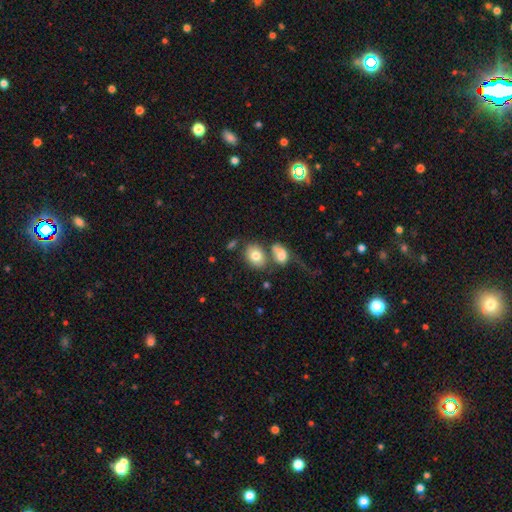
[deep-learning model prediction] Q: Smooth or featured?
A: smooth (77%); runner-up: featured or disk (14%)
Q: How rounded?
A: in between (70%); runner-up: round (29%)
Q: Merging?
A: none (51%); runner-up: merger (30%)